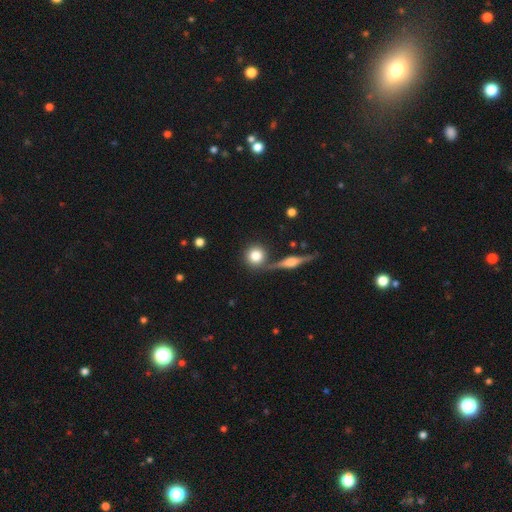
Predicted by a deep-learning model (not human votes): smooth-or-featured: smooth: 77% | featured or disk: 14% | star or artifact: 9%
  how-rounded: round: 92% | in between: 6% | cigar-shaped: 2%
  merging: none: 73% | merger: 14% | minor disturbance: 10% | major disturbance: 3%